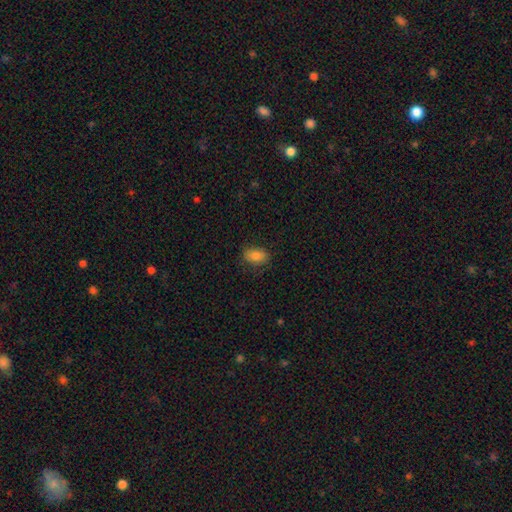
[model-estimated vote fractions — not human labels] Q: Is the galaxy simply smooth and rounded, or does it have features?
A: smooth — 85%.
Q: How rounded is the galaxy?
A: in between — 85%.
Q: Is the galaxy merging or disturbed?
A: none — 82%.